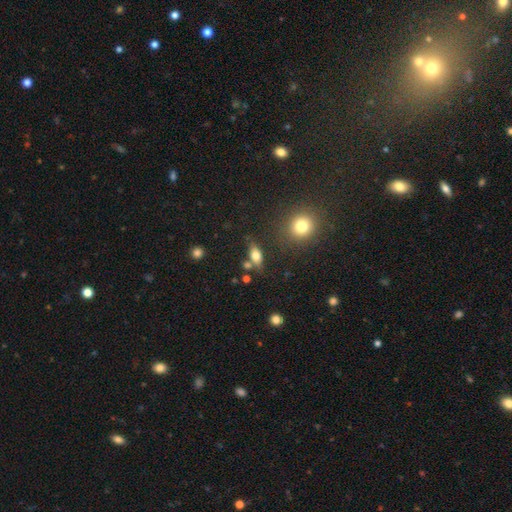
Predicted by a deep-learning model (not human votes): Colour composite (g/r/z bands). It shows a smooth galaxy with no disk features (73%) that is in between round and cigar-shaped (80%). Merging: none (67%).